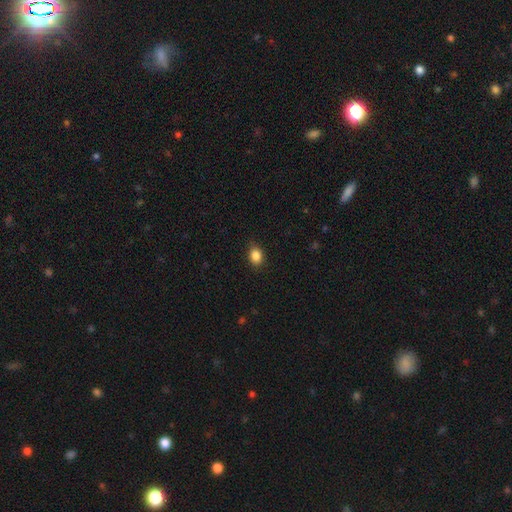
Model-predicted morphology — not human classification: Smooth or featured?
  - smooth: 87% *
  - star or artifact: 9%
  - featured or disk: 4%
How rounded?
  - in between: 63% *
  - round: 36%
  - cigar-shaped: 1%
Merging?
  - none: 84% *
  - minor disturbance: 13%
  - major disturbance: 3%
  - merger: 1%